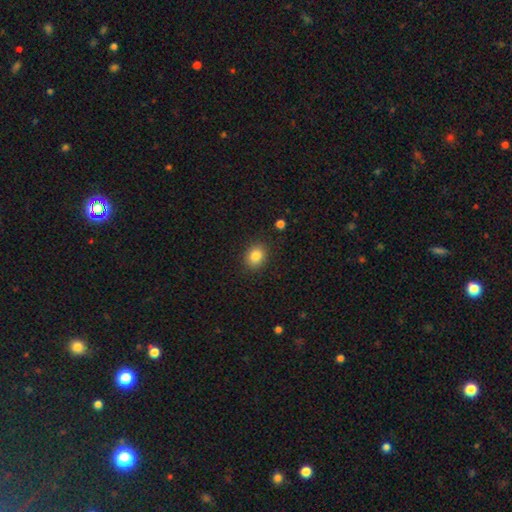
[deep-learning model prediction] Smooth or featured? Predicted: smooth (p=0.84). How rounded? Predicted: round (p=0.58). Merging? Predicted: none (p=0.88).